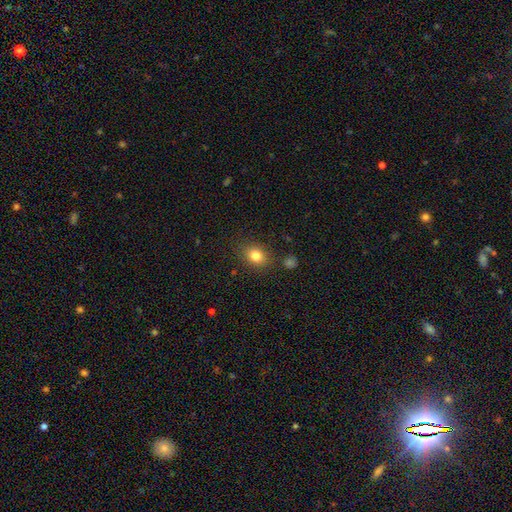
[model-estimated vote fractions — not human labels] Morphology: type=smooth (82%); roundness=in between (51%); merging=none (84%).